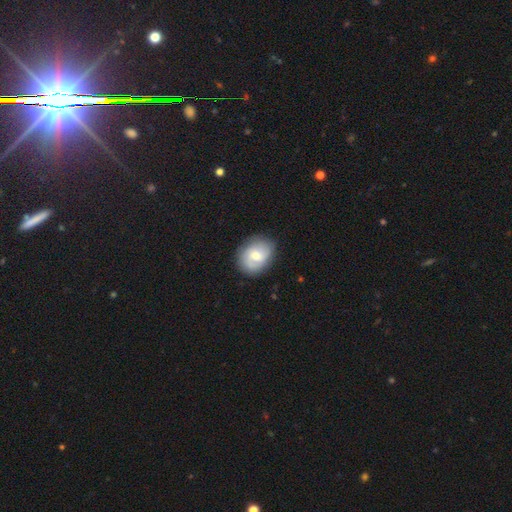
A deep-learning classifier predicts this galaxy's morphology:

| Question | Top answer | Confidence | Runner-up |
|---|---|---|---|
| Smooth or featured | smooth | 52% | featured or disk (41%) |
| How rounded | in between | 50% | round (49%) |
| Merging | none | 78% | minor disturbance (16%) |